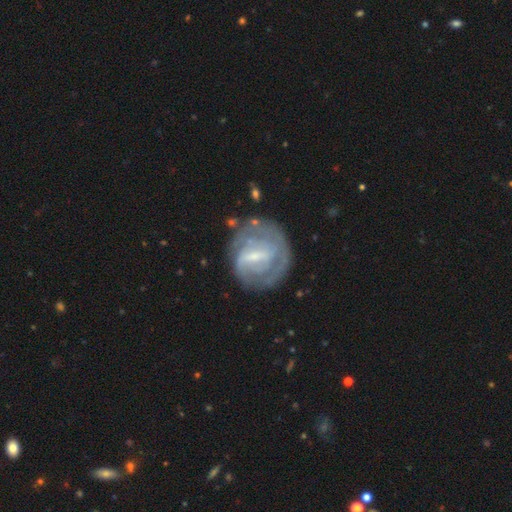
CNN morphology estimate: Q: Smooth or featured?
A: featured or disk (74%); runner-up: smooth (19%)
Q: Edge-on disk?
A: no (97%); runner-up: yes (3%)
Q: Bar?
A: weak (47%); runner-up: strong (37%)
Q: Spiral arms?
A: yes (75%); runner-up: no (25%)
Q: Spiral winding?
A: tight (59%); runner-up: medium (28%)
Q: Spiral arm count?
A: can't tell (43%); runner-up: 2 (32%)
Q: Bulge size?
A: small (58%); runner-up: moderate (24%)
Q: Merging?
A: none (63%); runner-up: minor disturbance (20%)